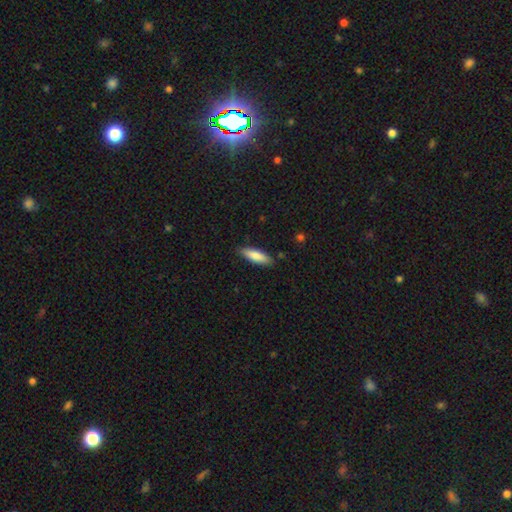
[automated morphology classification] Smooth or featured? smooth (79%)
How rounded? cigar-shaped (58%)
Merging? none (86%)